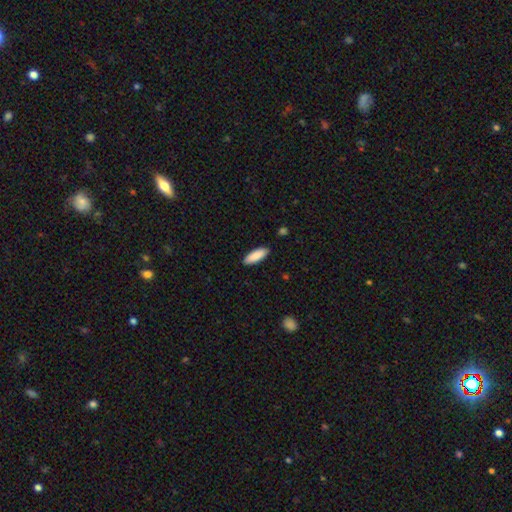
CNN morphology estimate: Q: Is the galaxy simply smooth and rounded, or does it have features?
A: smooth — 89%.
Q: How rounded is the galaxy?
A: in between — 66%.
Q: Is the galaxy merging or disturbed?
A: none — 89%.